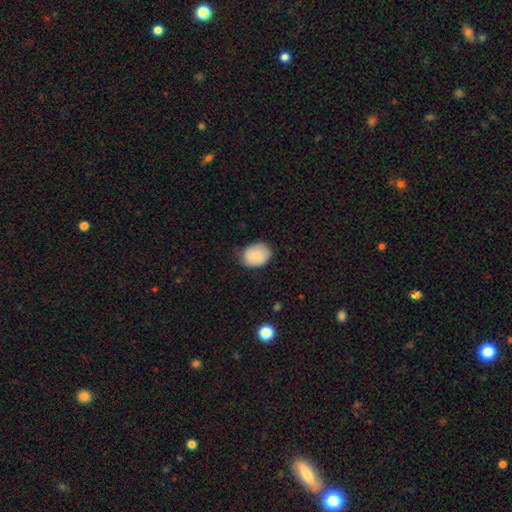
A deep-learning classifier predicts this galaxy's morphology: This appears to be a smooth galaxy with no disk features (80%) that is in between round and cigar-shaped (59%). Merging: none (72%).